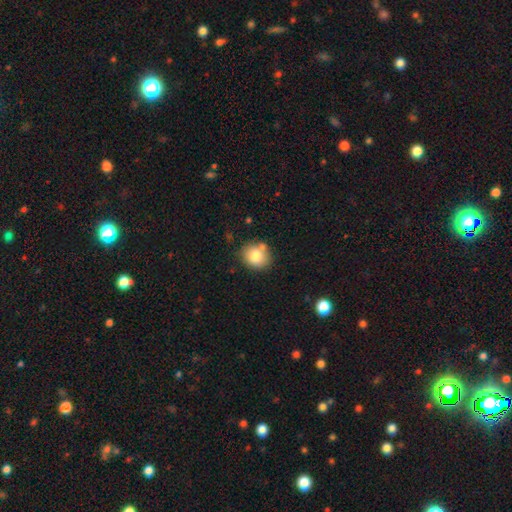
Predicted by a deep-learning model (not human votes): Smooth or featured? Predicted: smooth (p=0.80). How rounded? Predicted: round (p=0.73). Merging? Predicted: none (p=0.71).